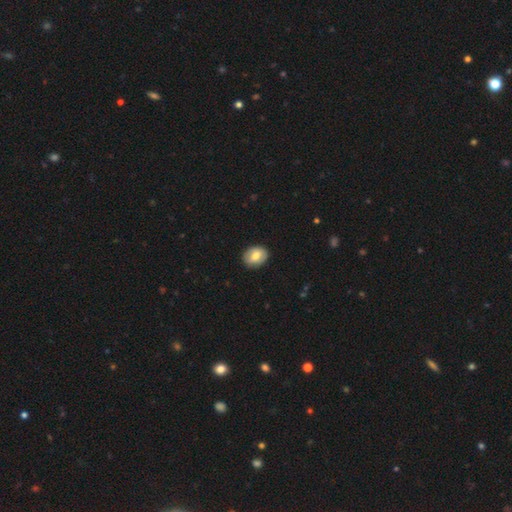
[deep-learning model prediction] smooth_or_featured: smooth (p=0.69) [alt: featured or disk p=0.24]
how_rounded: in between (p=0.63) [alt: round p=0.36]
merging: none (p=0.87) [alt: minor disturbance p=0.10]